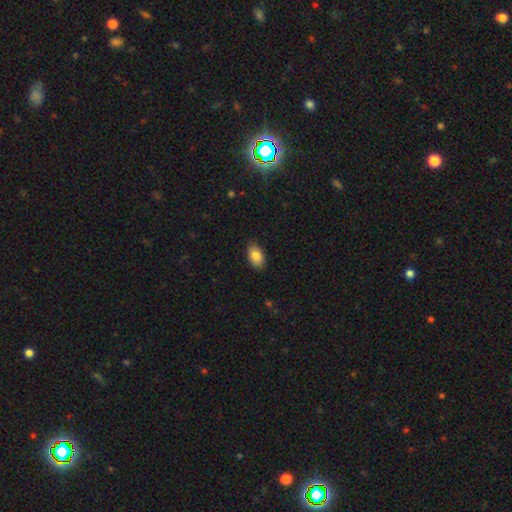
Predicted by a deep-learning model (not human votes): smooth-or-featured: smooth: 84% | featured or disk: 9% | star or artifact: 7%
  how-rounded: in between: 92% | round: 7% | cigar-shaped: 1%
  merging: none: 87% | minor disturbance: 10% | major disturbance: 2% | merger: 1%